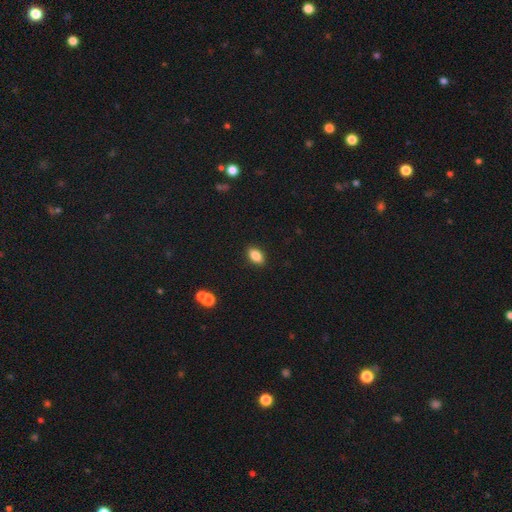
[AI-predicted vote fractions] A smooth galaxy with no disk features (85%) that is in between round and cigar-shaped (90%).

Vote fractions:
- Smooth or featured? smooth: 85% / star or artifact: 8% / featured or disk: 6%
- How rounded? in between: 90% / round: 7% / cigar-shaped: 3%
- Merging? none: 90% / minor disturbance: 7% / major disturbance: 2% / merger: 1%